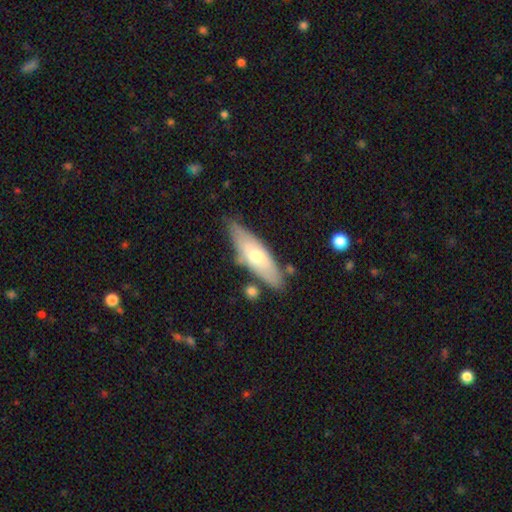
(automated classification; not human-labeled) smooth 54%, featured or disk 40%, star or artifact 6%. Down the decision tree: how rounded — in between (49%, tied with cigar-shaped); merging — none (74%).